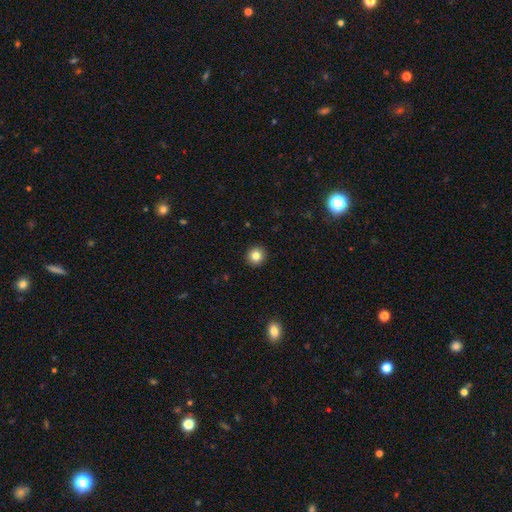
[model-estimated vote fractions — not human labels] smooth-or-featured: smooth: 83% | star or artifact: 11% | featured or disk: 7%
  how-rounded: round: 94% | in between: 5% | cigar-shaped: 1%
  merging: none: 93% | minor disturbance: 4% | major disturbance: 1% | merger: 1%